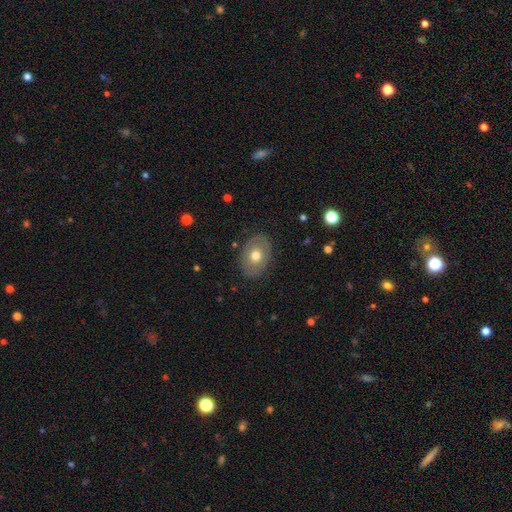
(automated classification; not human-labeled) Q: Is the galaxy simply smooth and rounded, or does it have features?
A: smooth — 56%.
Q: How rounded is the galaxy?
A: in between — 73%.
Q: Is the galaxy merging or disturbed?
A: none — 85%.